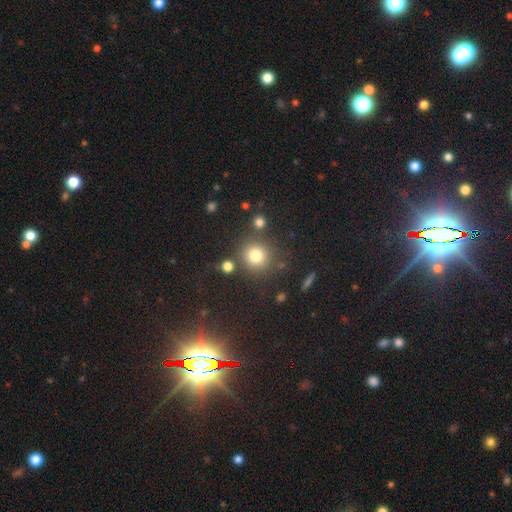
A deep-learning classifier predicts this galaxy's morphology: Q: Smooth or featured?
A: smooth (78%); runner-up: star or artifact (15%)
Q: How rounded?
A: round (91%); runner-up: in between (8%)
Q: Merging?
A: none (77%); runner-up: minor disturbance (10%)